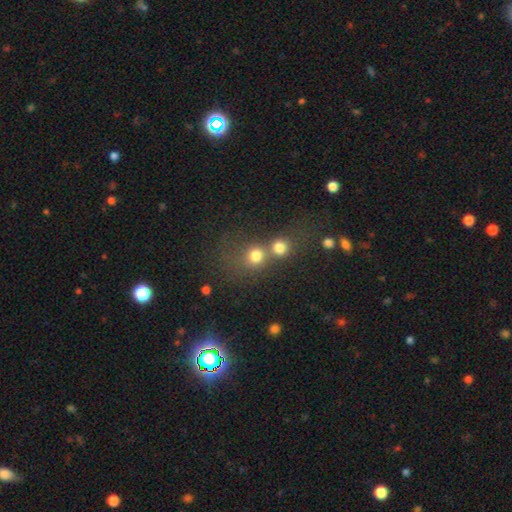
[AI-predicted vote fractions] Smooth or featured? Predicted: smooth (p=0.74). How rounded? Predicted: round (p=0.81). Merging? Predicted: merger (p=0.55).